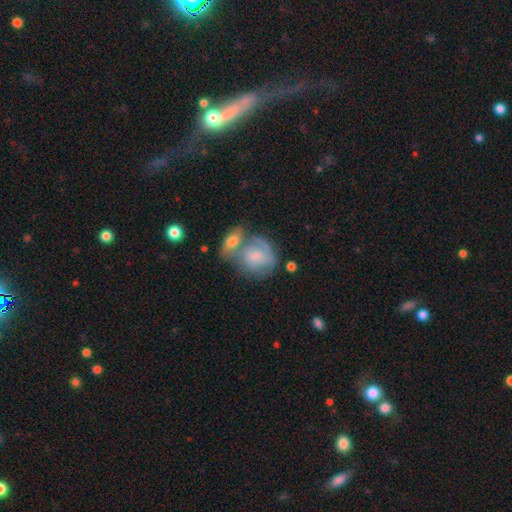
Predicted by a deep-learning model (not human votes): Smooth or featured? Predicted: smooth (p=0.51). How rounded? Predicted: round (p=0.61). Merging? Predicted: merger (p=0.50).